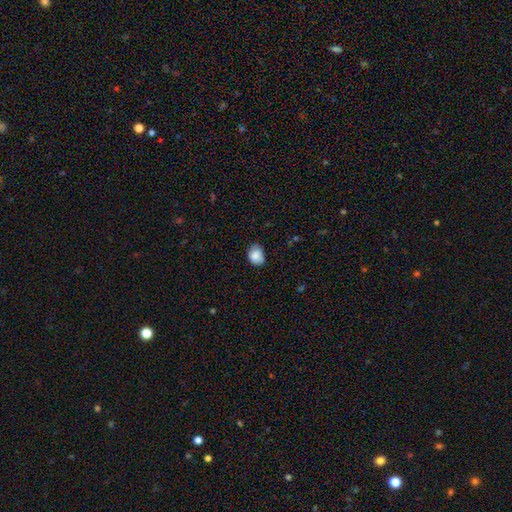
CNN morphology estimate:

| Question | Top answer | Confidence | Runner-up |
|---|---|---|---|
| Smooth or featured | smooth | 86% | star or artifact (8%) |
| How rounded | in between | 57% | round (42%) |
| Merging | none | 67% | minor disturbance (27%) |